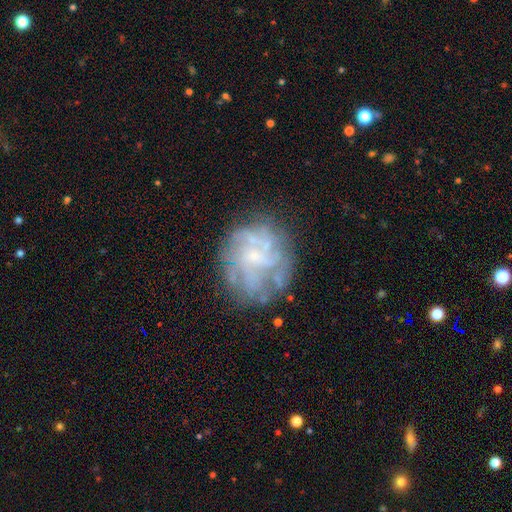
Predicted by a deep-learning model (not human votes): Smooth or featured: featured or disk — 69% (smooth — 20%)
Edge-on disk: no — 98% (yes — 2%)
Bar: no — 69% (weak — 26%)
Spiral arms: yes — 66% (no — 34%)
Bulge size: small — 55% (none — 24%)
Merging: none — 68% (minor disturbance — 17%)